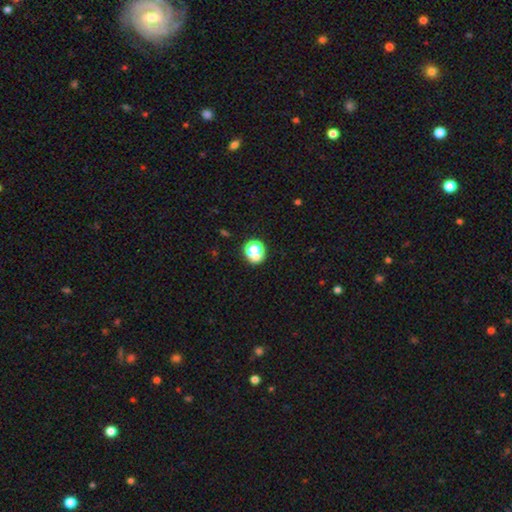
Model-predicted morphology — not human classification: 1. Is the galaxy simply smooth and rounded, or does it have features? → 64% smooth, 25% star or artifact, 10% featured or disk.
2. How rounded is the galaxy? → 76% round, 23% in between, 1% cigar-shaped.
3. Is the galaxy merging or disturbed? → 70% none, 13% minor disturbance, 11% merger, 6% major disturbance.